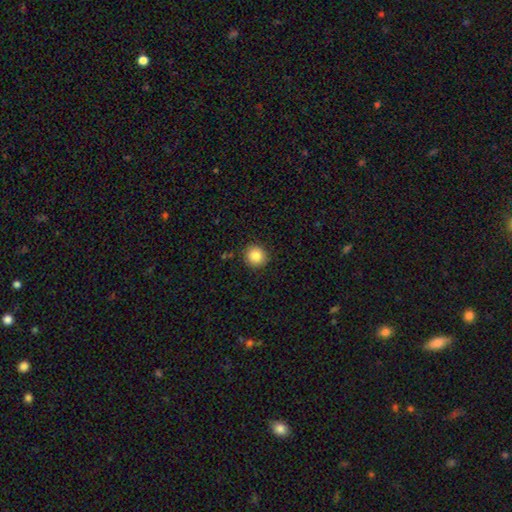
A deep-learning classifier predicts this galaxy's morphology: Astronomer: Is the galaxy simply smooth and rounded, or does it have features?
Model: smooth — 86%.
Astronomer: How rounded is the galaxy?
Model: round — 93%.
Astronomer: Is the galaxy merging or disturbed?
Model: none — 90%.